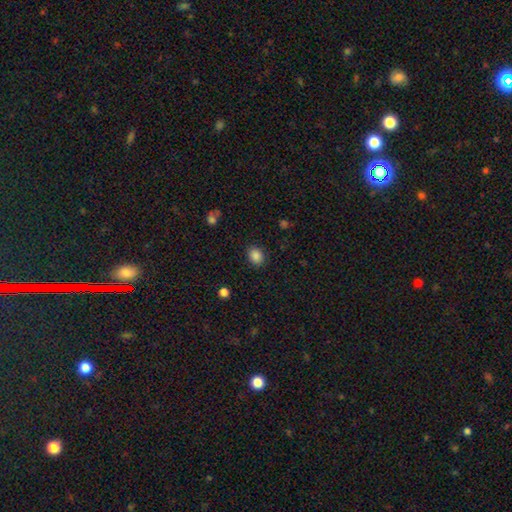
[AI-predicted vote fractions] smooth 86%, star or artifact 10%, featured or disk 4%. Down the decision tree: how rounded — in between (53%); merging — none (86%).